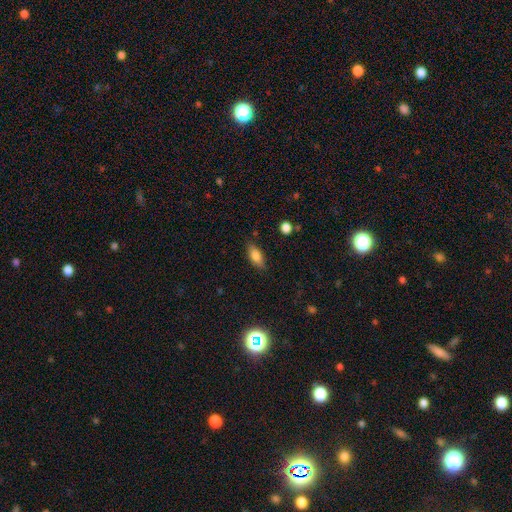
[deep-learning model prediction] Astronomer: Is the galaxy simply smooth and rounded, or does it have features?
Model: smooth — 75%.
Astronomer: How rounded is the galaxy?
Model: in between — 78%.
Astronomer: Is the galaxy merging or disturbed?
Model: none — 83%.